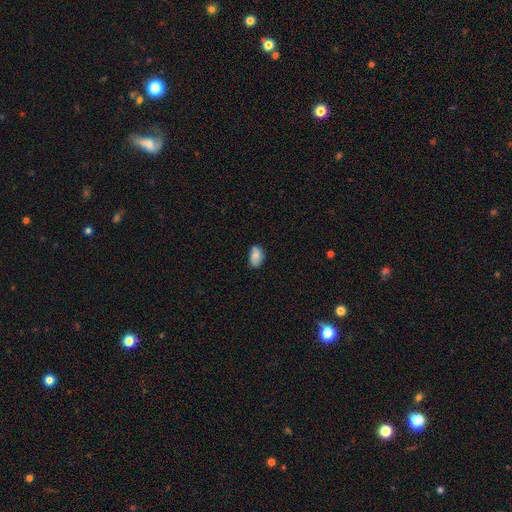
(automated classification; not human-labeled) Smooth or featured? smooth (76%)
How rounded? in between (90%)
Merging? none (69%)